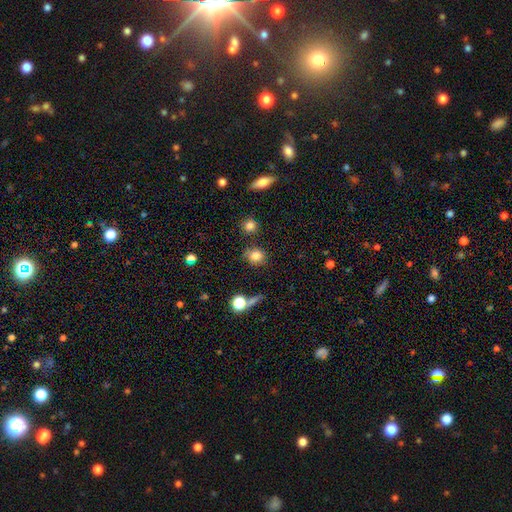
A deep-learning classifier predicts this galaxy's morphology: smooth 80%, star or artifact 12%, featured or disk 8%. Down the decision tree: how rounded — round (77%); merging — none (74%).